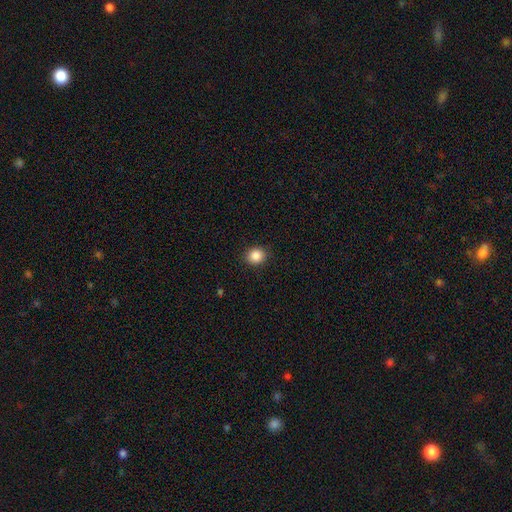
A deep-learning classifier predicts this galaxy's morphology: A smooth galaxy with no disk features (87%) that is round (76%). Merging: none (90%).